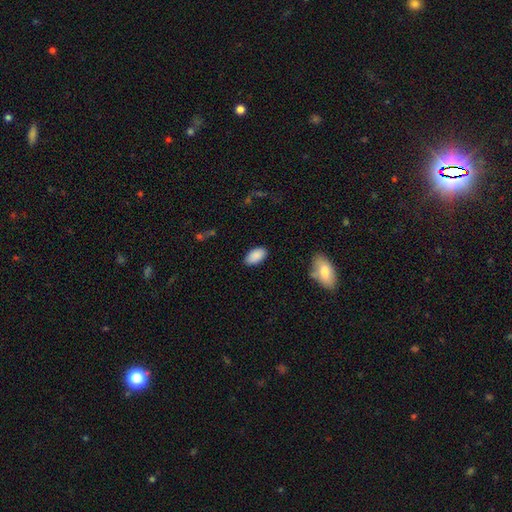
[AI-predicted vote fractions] Overall: smooth (89%). How rounded: in between (95%). Merging: none (86%).